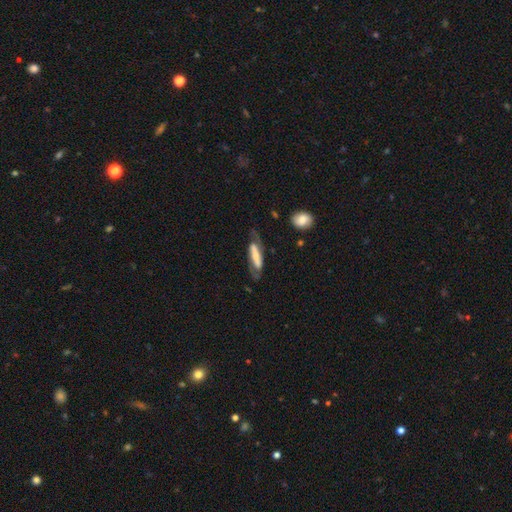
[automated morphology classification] smooth-or-featured: featured or disk: 63% | smooth: 31% | star or artifact: 6%
  disk-edge-on: no: 74% | yes: 26%
  merging: none: 59% | minor disturbance: 21% | major disturbance: 17% | merger: 3%